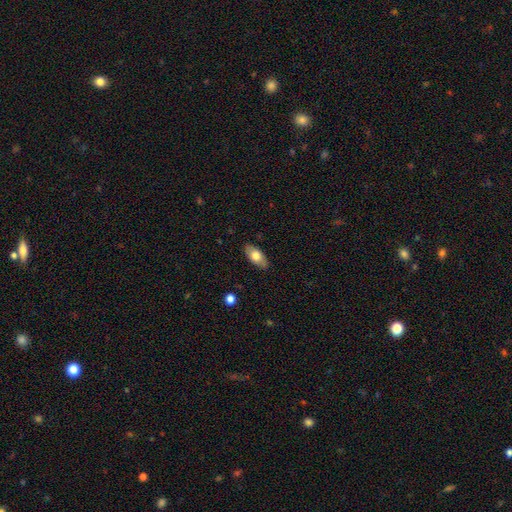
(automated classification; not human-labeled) A smooth galaxy with no disk features (70%) that is in between round and cigar-shaped (89%).

Vote fractions:
- Smooth or featured? smooth: 70% / featured or disk: 23% / star or artifact: 6%
- How rounded? in between: 89% / cigar-shaped: 7% / round: 4%
- Merging? none: 85% / minor disturbance: 11% / major disturbance: 2% / merger: 1%